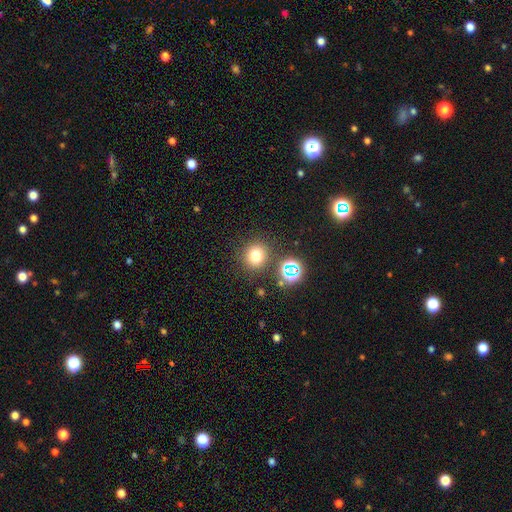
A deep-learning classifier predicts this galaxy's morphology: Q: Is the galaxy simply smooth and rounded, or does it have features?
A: smooth — 73%.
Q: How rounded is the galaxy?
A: round — 89%.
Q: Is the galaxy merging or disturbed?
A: none — 82%.